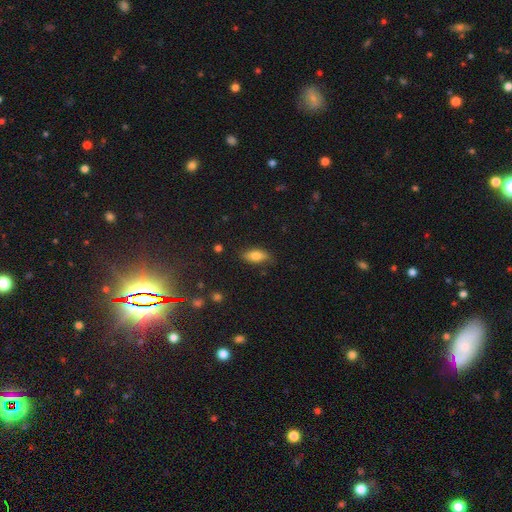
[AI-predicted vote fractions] This appears to be a smooth galaxy with no disk features (79%) that is in between round and cigar-shaped (84%). Merging: none (81%).